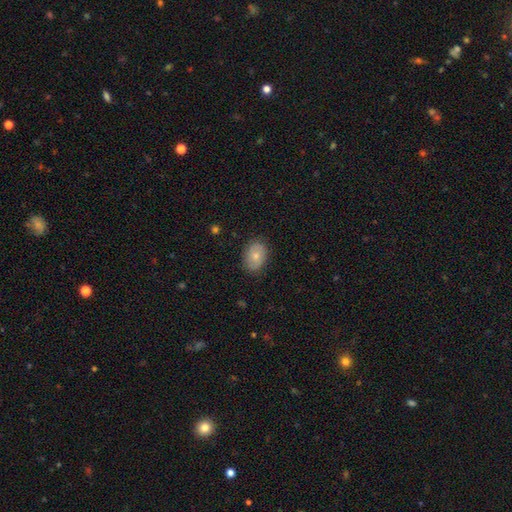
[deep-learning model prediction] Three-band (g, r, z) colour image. It shows a smooth galaxy with no disk features (75%) that is in between round and cigar-shaped (79%). Merging: none (84%).